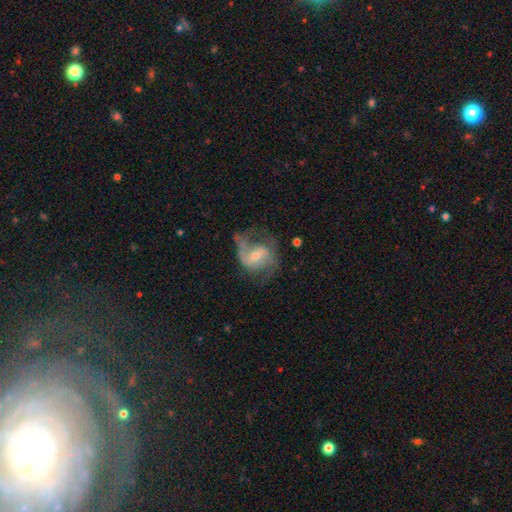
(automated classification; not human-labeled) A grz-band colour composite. It shows a featured or disk galaxy (81%) with a weak bar (49%), 2 (81%) medium (49%) spiral arms (92%) and a small central bulge (57%). Merging: none (56%).